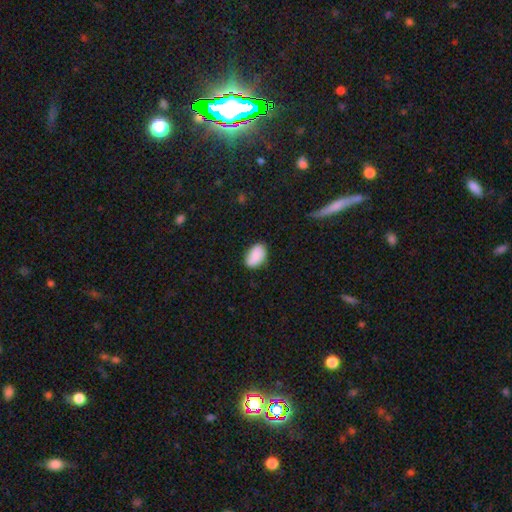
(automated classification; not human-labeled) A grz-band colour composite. It shows a smooth galaxy with no disk features (82%) that is in between round and cigar-shaped (86%). Merging: none (75%).